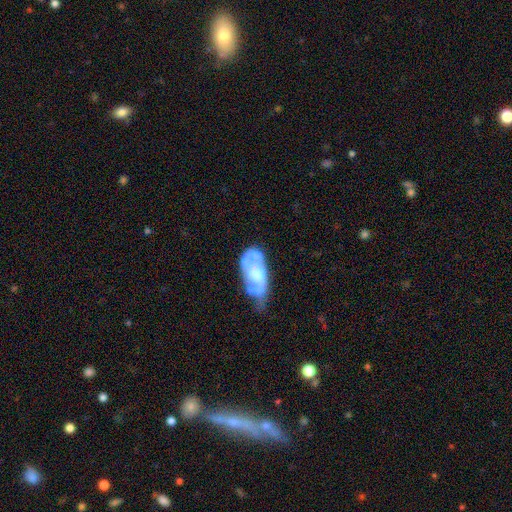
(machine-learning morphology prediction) This is likely a featured or disk galaxy (70%). It is clearly not viewed edge-on (93%). Bar: likely no (78%). Spiral arm pattern: possibly no (50%, tied with yes). Central bulge: marginally large (37%). Merging: marginally none (32%).